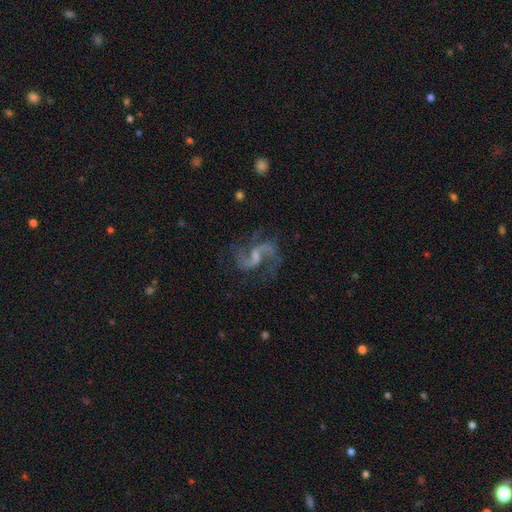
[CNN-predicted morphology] Smooth or featured?
  - featured or disk: 90% *
  - star or artifact: 6%
  - smooth: 4%
Edge-on disk?
  - no: 98% *
  - yes: 2%
Bar?
  - weak: 53% *
  - no: 30%
  - strong: 17%
Spiral arms?
  - yes: 97% *
  - no: 3%
Spiral winding?
  - loose: 50% *
  - medium: 43%
  - tight: 7%
Spiral arm count?
  - 2: 91% *
  - can't tell: 2%
  - 3: 2%
  - 1: 2%
  - 4: 1%
  - more than 4: 1%
Bulge size?
  - small: 52% *
  - moderate: 25%
  - none: 20%
  - large: 2%
  - dominant: 1%
Merging?
  - none: 70% *
  - minor disturbance: 15%
  - major disturbance: 12%
  - merger: 2%